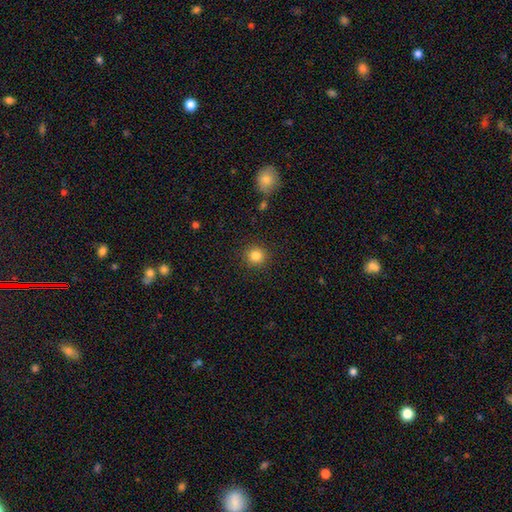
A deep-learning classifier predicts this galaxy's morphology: smooth_or_featured: smooth (p=0.84) [alt: star or artifact p=0.11]
how_rounded: round (p=0.92) [alt: in between p=0.07]
merging: none (p=0.90) [alt: minor disturbance p=0.06]